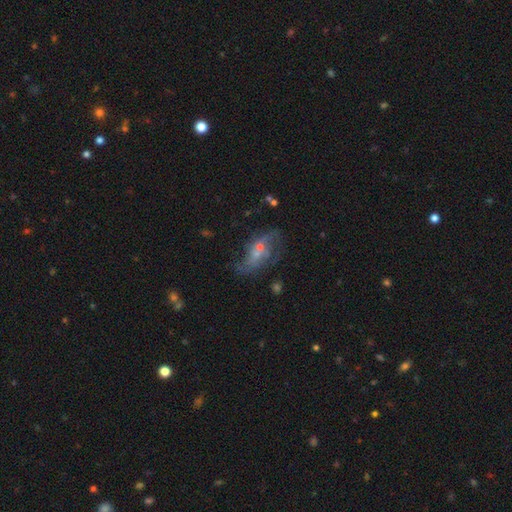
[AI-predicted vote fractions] Smooth or featured?
  - featured or disk: 69% *
  - smooth: 19%
  - star or artifact: 12%
Edge-on disk?
  - no: 93% *
  - yes: 7%
Bar?
  - no: 65% *
  - weak: 28%
  - strong: 7%
Spiral arms?
  - yes: 76% *
  - no: 24%
Bulge size?
  - small: 62% *
  - moderate: 28%
  - none: 6%
  - large: 2%
  - dominant: 1%
Merging?
  - none: 45% *
  - major disturbance: 22%
  - minor disturbance: 19%
  - merger: 13%